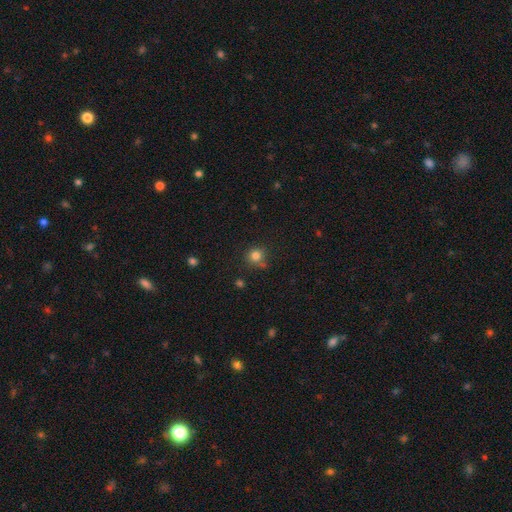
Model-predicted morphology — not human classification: The model was most divided on "merging": none: 74%, minor disturbance: 14%, merger: 8%, major disturbance: 4%. More confident: how rounded — round (90%); smooth or featured — smooth (80%).